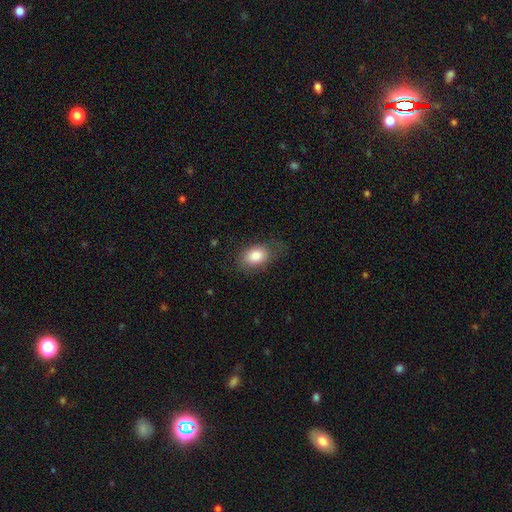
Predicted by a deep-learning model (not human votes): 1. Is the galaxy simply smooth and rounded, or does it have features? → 82% smooth, 10% featured or disk, 8% star or artifact.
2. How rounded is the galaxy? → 84% in between, 15% round, 1% cigar-shaped.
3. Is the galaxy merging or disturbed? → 69% none, 21% minor disturbance, 9% major disturbance, 1% merger.